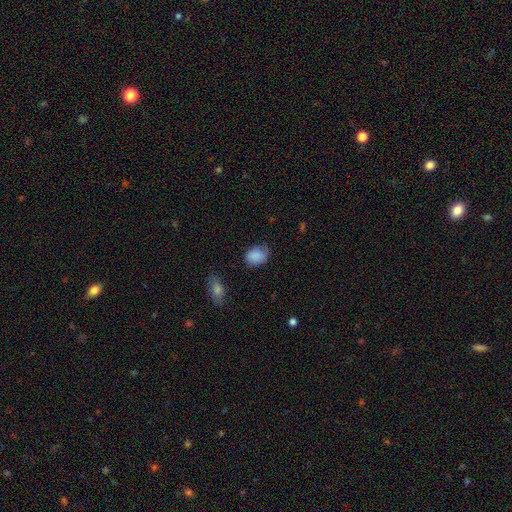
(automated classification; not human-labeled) A smooth galaxy with no disk features (85%) that is in between round and cigar-shaped (66%). Merging: none (61%).